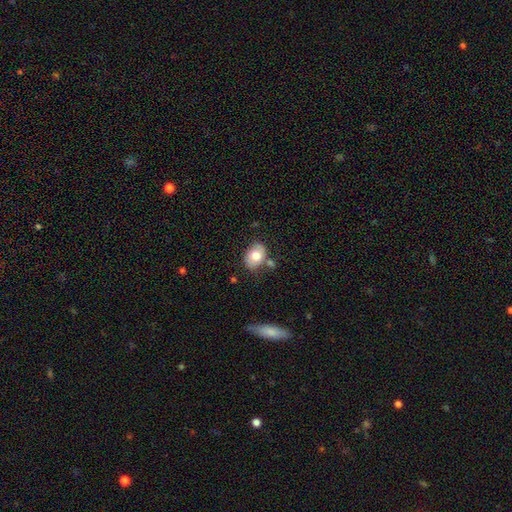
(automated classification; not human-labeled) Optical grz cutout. It shows a smooth galaxy with no disk features (72%) that is in between round and cigar-shaped (75%). Merging: none (69%).